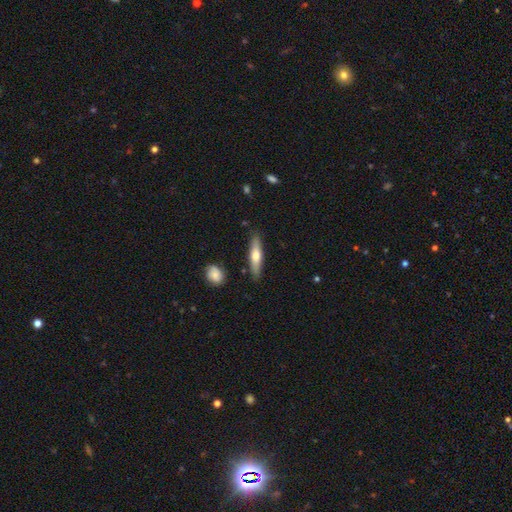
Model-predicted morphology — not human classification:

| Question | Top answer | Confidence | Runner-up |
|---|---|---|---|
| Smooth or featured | smooth | 57% | featured or disk (37%) |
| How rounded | cigar-shaped | 79% | in between (19%) |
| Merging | none | 86% | minor disturbance (10%) |